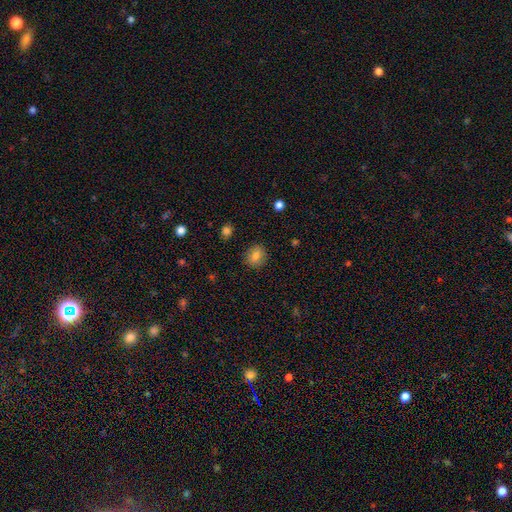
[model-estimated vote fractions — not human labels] Smooth or featured?
  - smooth: 82% *
  - star or artifact: 10%
  - featured or disk: 9%
How rounded?
  - round: 68% *
  - in between: 31%
  - cigar-shaped: 1%
Merging?
  - none: 87% *
  - minor disturbance: 9%
  - major disturbance: 3%
  - merger: 1%